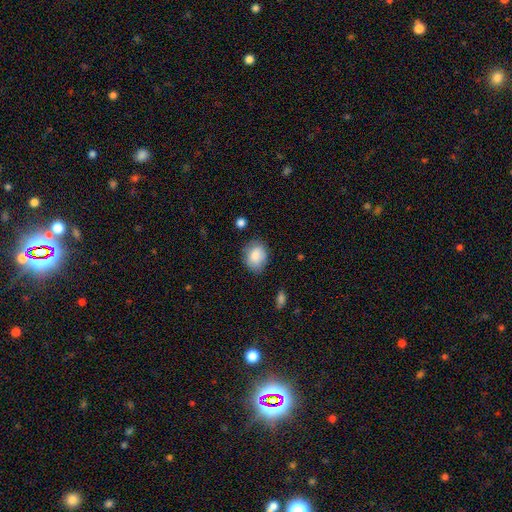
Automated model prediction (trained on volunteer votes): A smooth galaxy with no disk features (84%) that is in between round and cigar-shaped (59%).

Vote fractions:
- Smooth or featured? smooth: 84% / featured or disk: 8% / star or artifact: 7%
- How rounded? in between: 59% / round: 40% / cigar-shaped: 1%
- Merging? none: 70% / minor disturbance: 23% / major disturbance: 5% / merger: 2%